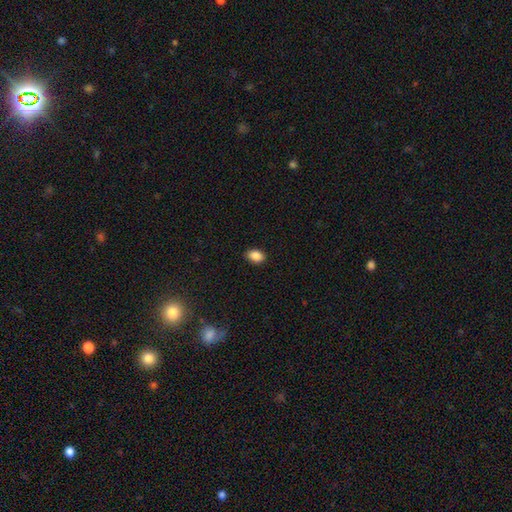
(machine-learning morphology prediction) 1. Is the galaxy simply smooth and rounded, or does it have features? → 88% smooth, 8% star or artifact, 3% featured or disk.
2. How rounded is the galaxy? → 84% in between, 15% round, 1% cigar-shaped.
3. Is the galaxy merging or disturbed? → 87% none, 10% minor disturbance, 2% major disturbance, 1% merger.